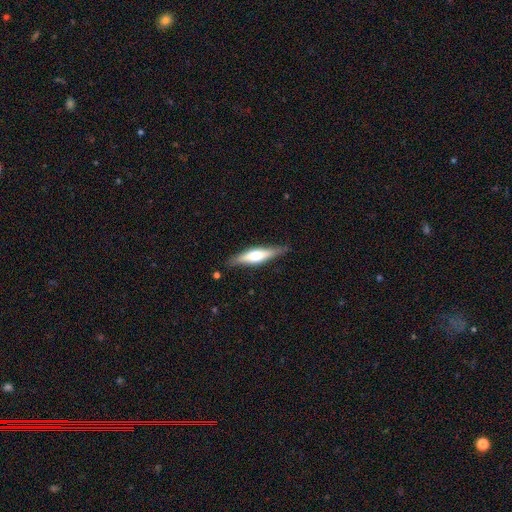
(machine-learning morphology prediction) smooth-or-featured: featured or disk: 55% | smooth: 39% | star or artifact: 6%
  disk-edge-on: yes: 93% | no: 7%
    edge-on-bulge: rounded: 86% | boxy: 10% | none: 4%
  merging: none: 83% | minor disturbance: 12% | major disturbance: 3% | merger: 1%